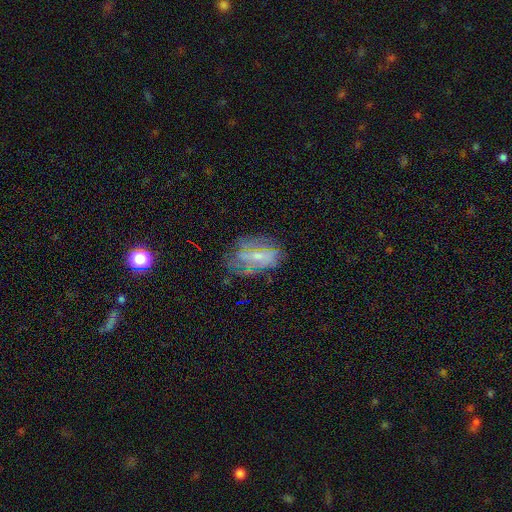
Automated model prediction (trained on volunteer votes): A featured or disk galaxy (57%) with no bar (51%), spiral arms (62%) and a small central bulge (50%). Merging: none (59%).